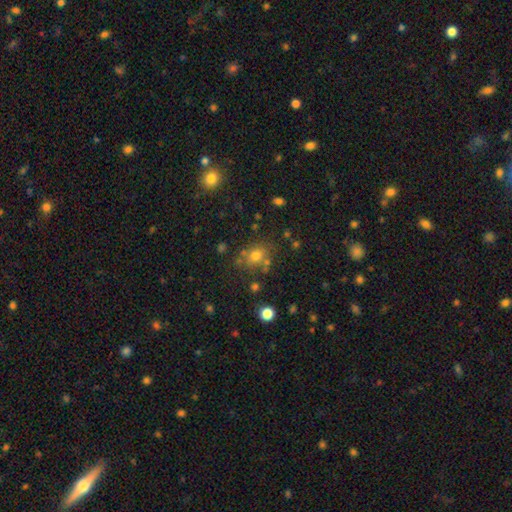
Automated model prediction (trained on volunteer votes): A smooth galaxy with no disk features (70%) that is round (50%). Merging: none (67%).